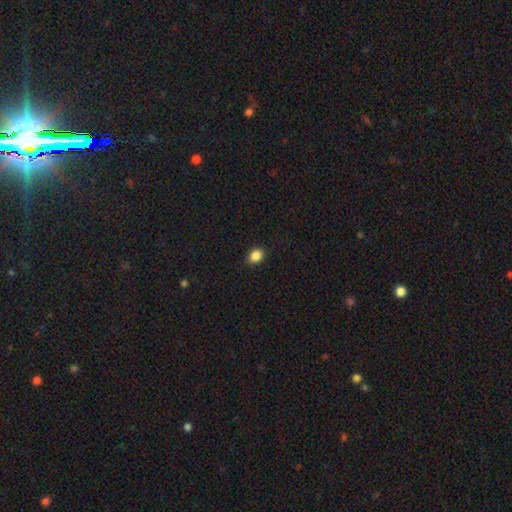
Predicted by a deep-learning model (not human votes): Morphology: type=smooth (86%); roundness=in between (51%); merging=none (90%).